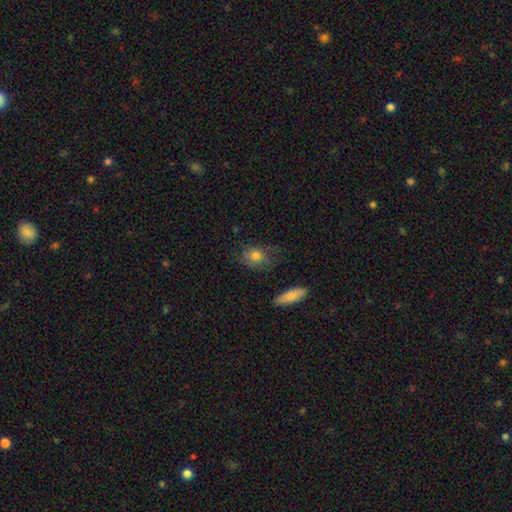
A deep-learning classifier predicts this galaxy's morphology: smooth 77%, featured or disk 14%, star or artifact 9%. Down the decision tree: how rounded — in between (59%); merging — none (64%).